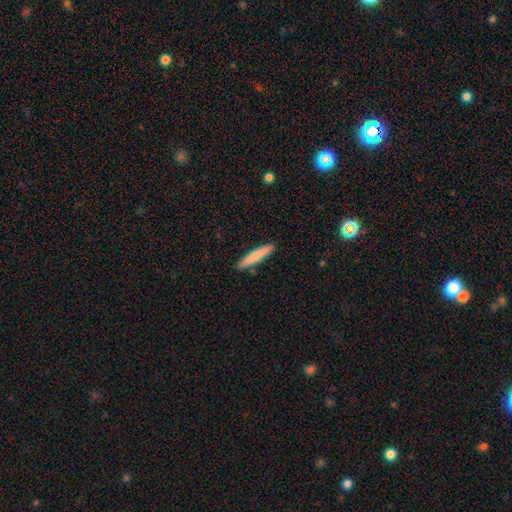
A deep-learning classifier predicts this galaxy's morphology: Smooth or featured? smooth (77%)
How rounded? cigar-shaped (93%)
Merging? none (89%)